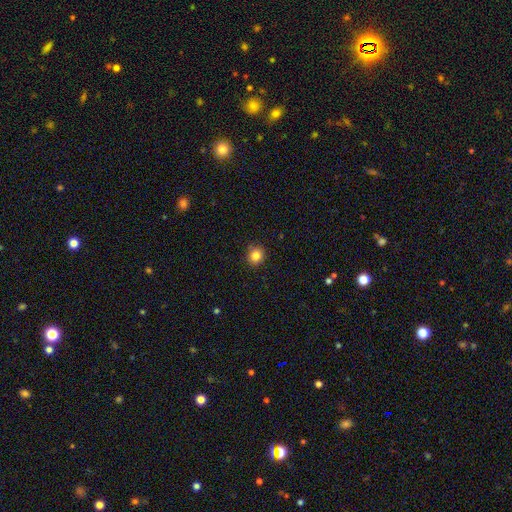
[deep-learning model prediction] smooth-or-featured: smooth: 84% | star or artifact: 11% | featured or disk: 5%
  how-rounded: round: 87% | in between: 12% | cigar-shaped: 1%
  merging: none: 88% | minor disturbance: 9% | major disturbance: 2% | merger: 1%